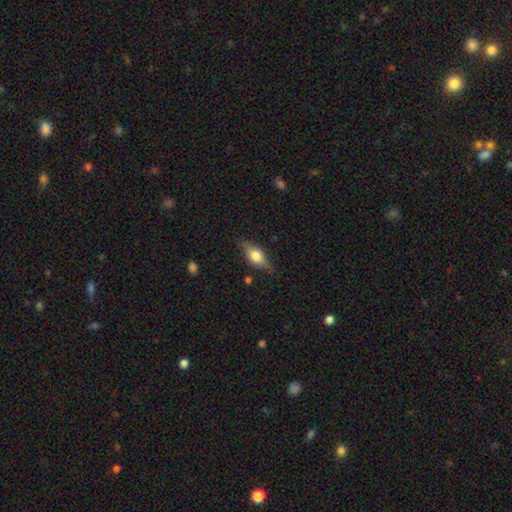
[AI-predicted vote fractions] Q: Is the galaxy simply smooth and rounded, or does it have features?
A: featured or disk — 49%.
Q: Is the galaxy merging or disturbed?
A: none — 80%.